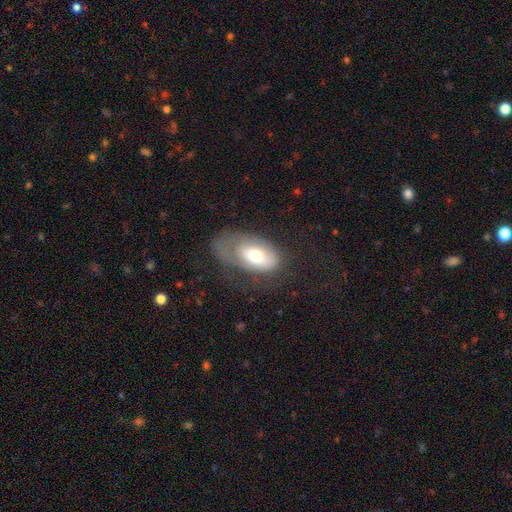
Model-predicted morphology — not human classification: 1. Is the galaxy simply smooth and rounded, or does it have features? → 57% smooth, 35% featured or disk, 7% star or artifact.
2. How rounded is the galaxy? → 91% in between, 7% round, 2% cigar-shaped.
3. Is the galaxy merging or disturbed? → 38% major disturbance, 34% none, 26% minor disturbance, 2% merger.